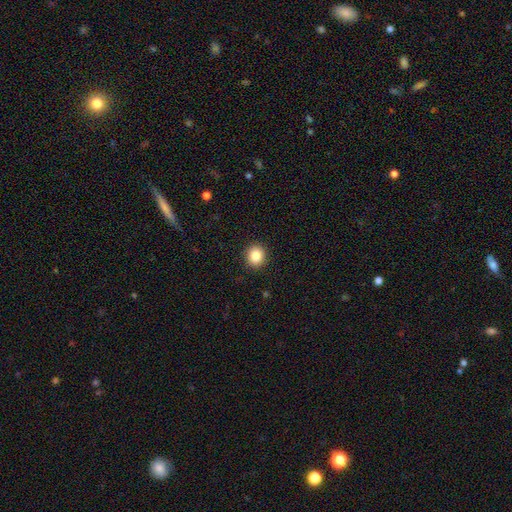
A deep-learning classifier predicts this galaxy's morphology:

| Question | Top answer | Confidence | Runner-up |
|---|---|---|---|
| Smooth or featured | smooth | 85% | star or artifact (10%) |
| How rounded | round | 87% | in between (12%) |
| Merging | none | 92% | minor disturbance (6%) |